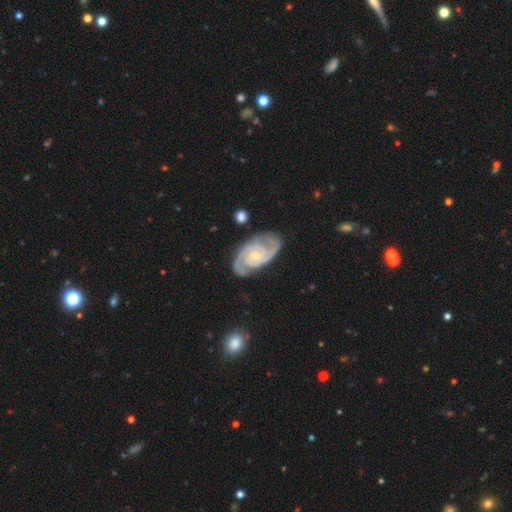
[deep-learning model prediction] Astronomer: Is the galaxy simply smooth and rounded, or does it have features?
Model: featured or disk — 92%.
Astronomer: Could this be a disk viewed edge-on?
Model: no — 97%.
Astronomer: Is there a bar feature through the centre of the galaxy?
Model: no — 57% (runner-up: weak, 33%).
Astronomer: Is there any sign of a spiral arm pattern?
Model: yes — 98%.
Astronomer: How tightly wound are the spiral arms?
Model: tight — 61%.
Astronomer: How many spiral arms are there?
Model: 2 — 85%.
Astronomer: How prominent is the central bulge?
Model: small — 61%.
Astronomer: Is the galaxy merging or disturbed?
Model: none — 79%.